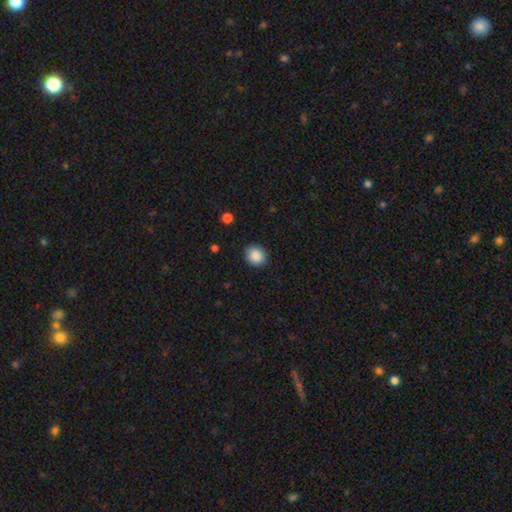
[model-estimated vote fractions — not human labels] Smooth or featured: smooth — 88% (star or artifact — 9%)
How rounded: round — 77% (in between — 22%)
Merging: none — 88% (minor disturbance — 8%)